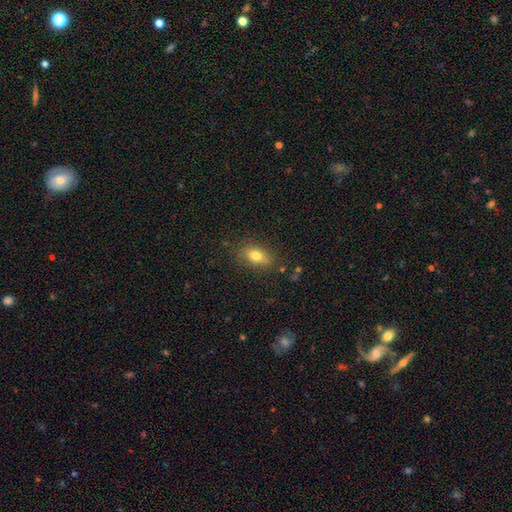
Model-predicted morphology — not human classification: type=smooth (77%); roundness=in between (80%); merging=none (79%).